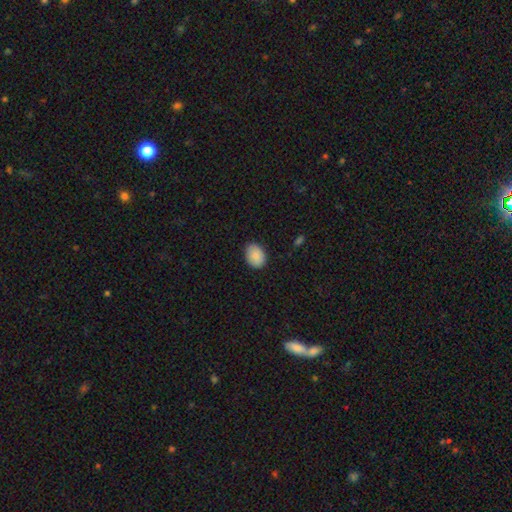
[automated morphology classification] type=smooth (88%); roundness=in between (71%); merging=none (86%).